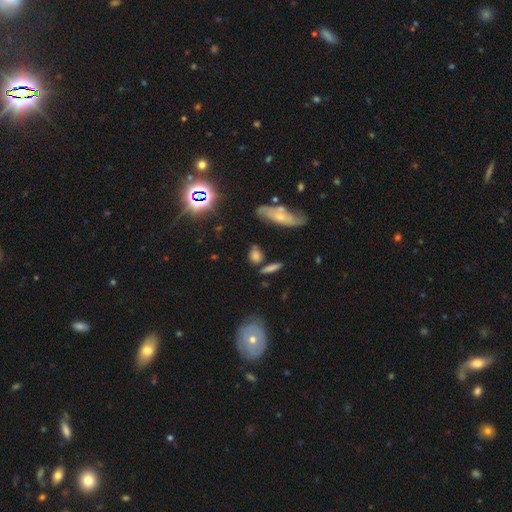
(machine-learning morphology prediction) A smooth galaxy with no disk features (67%) that is in between round and cigar-shaped (46%).

Vote fractions:
- Smooth or featured? smooth: 67% / featured or disk: 17% / star or artifact: 16%
- How rounded? in between: 46% / round: 29% / cigar-shaped: 24%
- Merging? none: 68% / minor disturbance: 16% / merger: 10% / major disturbance: 6%